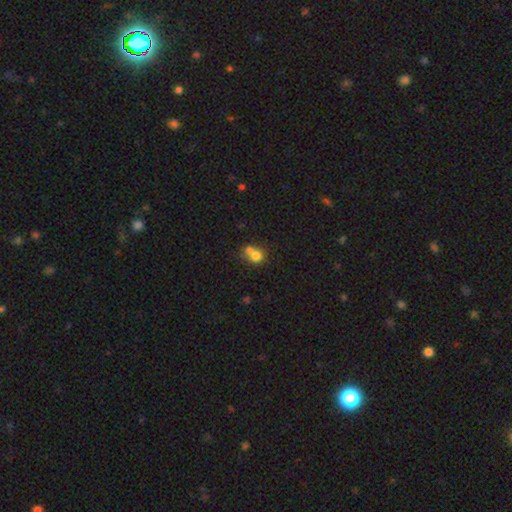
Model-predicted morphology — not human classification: Smooth or featured?
  - smooth: 73% *
  - featured or disk: 15%
  - star or artifact: 11%
How rounded?
  - round: 76% *
  - in between: 23%
  - cigar-shaped: 1%
Merging?
  - merger: 60% *
  - none: 30%
  - minor disturbance: 7%
  - major disturbance: 3%